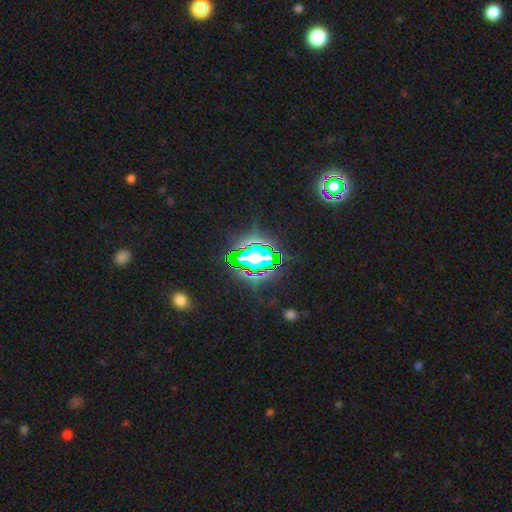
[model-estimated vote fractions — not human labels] This appears to be a star or artifact, not a galaxy (70%).